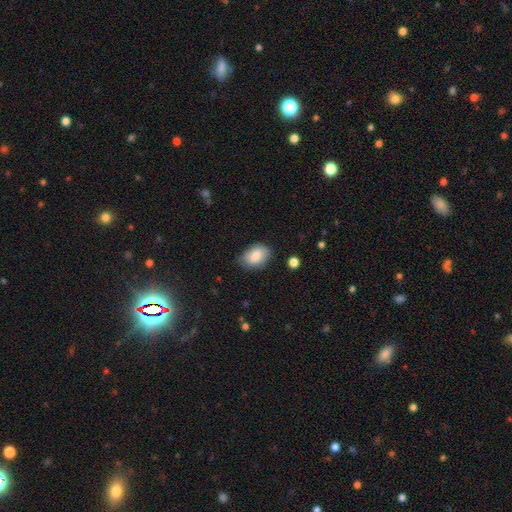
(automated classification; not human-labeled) A smooth galaxy with no disk features (80%) that is in between round and cigar-shaped (81%). Merging: none (71%).